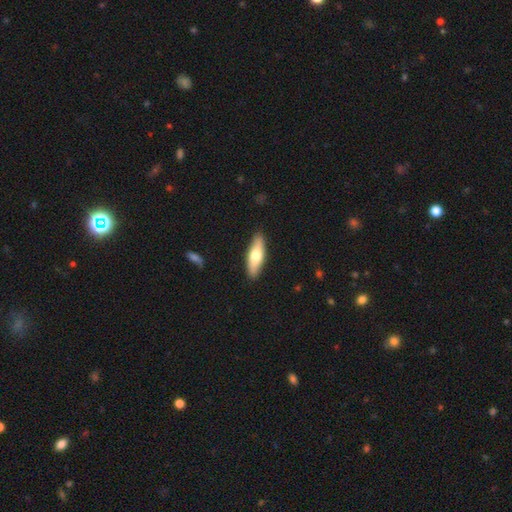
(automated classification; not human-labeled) This appears to be a smooth galaxy with no disk features (65%) that is cigar-shaped (50%). Merging: none (89%).